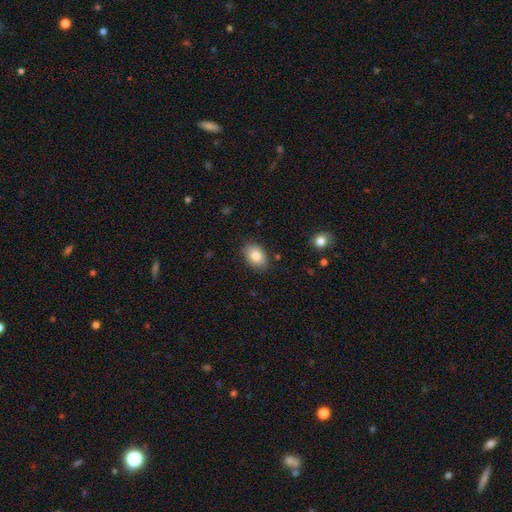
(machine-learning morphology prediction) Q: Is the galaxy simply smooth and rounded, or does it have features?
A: smooth — 84%.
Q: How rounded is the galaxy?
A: in between — 83%.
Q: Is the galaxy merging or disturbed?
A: none — 85%.